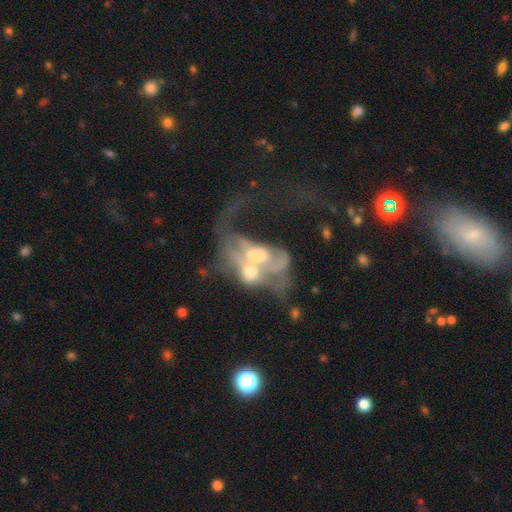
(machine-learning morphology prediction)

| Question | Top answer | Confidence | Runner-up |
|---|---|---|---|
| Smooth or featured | featured or disk | 64% | smooth (26%) |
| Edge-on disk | no | 93% | yes (7%) |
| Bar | no | 74% | weak (20%) |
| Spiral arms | no | 56% | yes (44%) |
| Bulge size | moderate | 57% | small (18%) |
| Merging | merger | 76% | major disturbance (15%) |